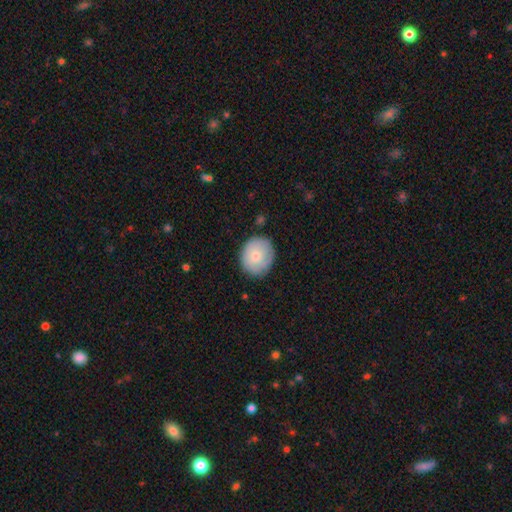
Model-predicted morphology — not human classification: A smooth galaxy with no disk features (72%) that is round (77%).

Vote fractions:
- Smooth or featured? smooth: 72% / featured or disk: 21% / star or artifact: 6%
- How rounded? round: 77% / in between: 22% / cigar-shaped: 1%
- Merging? none: 81% / minor disturbance: 14% / major disturbance: 3% / merger: 2%